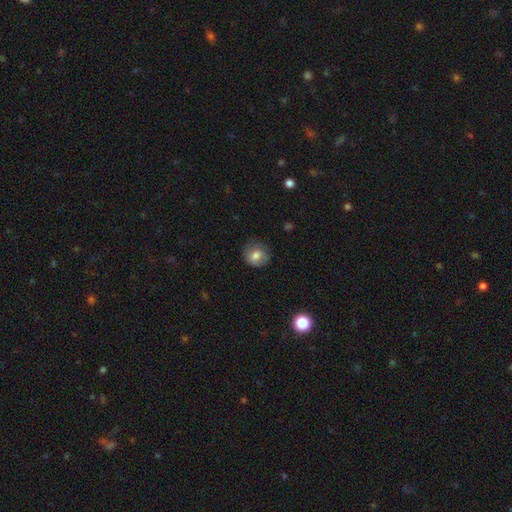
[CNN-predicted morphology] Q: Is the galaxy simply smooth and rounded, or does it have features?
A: smooth — 73%.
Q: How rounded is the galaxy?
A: round — 81%.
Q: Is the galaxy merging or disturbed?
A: none — 75%.